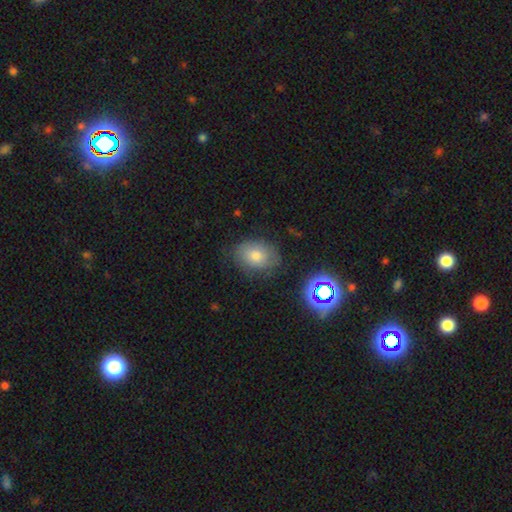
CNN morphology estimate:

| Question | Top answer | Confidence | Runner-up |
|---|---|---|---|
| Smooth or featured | smooth | 69% | featured or disk (16%) |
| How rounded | in between | 67% | round (32%) |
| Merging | none | 77% | minor disturbance (17%) |